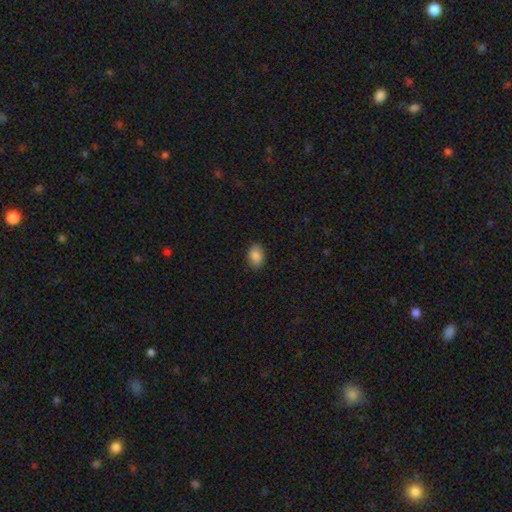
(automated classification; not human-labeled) Smooth or featured? Predicted: smooth (p=0.88). How rounded? Predicted: in between (p=0.84). Merging? Predicted: none (p=0.88).